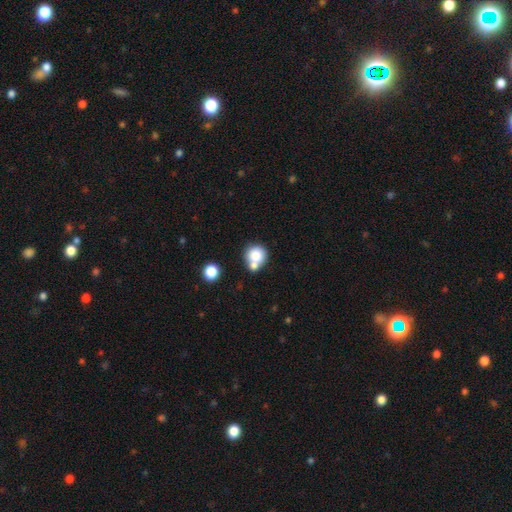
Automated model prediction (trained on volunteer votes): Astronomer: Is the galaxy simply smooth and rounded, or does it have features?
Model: smooth — 79%.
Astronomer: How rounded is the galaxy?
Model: round — 87%.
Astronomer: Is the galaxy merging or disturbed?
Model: none — 44% (runner-up: merger, 42%).